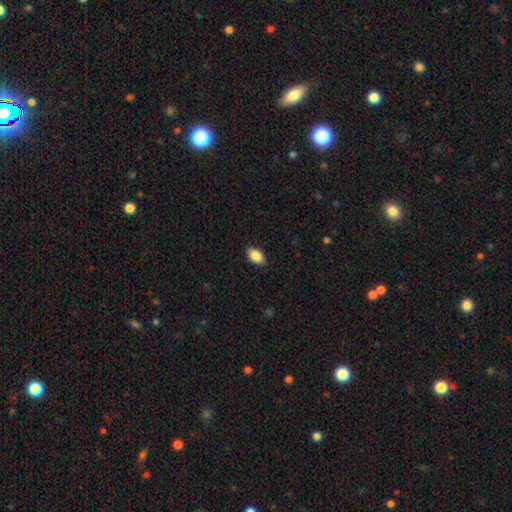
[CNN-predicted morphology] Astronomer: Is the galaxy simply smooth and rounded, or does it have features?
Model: smooth — 88%.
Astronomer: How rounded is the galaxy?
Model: in between — 92%.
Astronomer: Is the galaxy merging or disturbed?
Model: none — 89%.